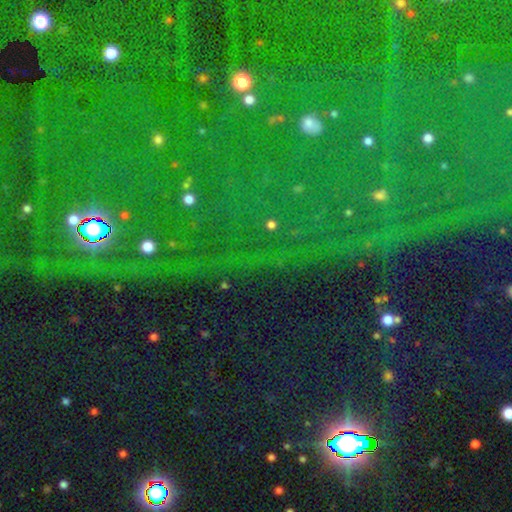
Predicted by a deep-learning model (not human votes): Smooth or featured: star or artifact — 86% (smooth — 7%)